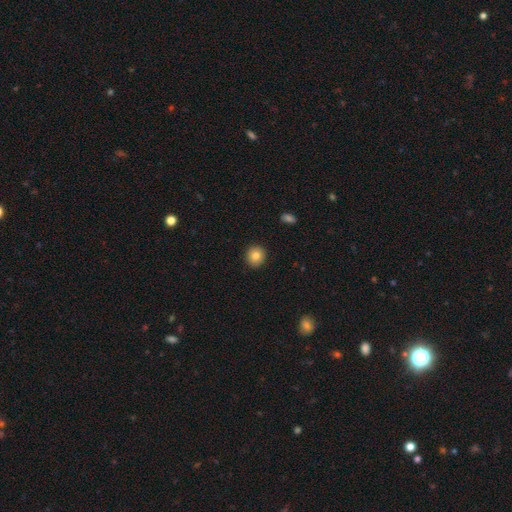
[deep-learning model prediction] The model was most divided on "smooth or featured": smooth: 82%, star or artifact: 9%, featured or disk: 9%. More confident: merging — none (92%); how rounded — round (89%).